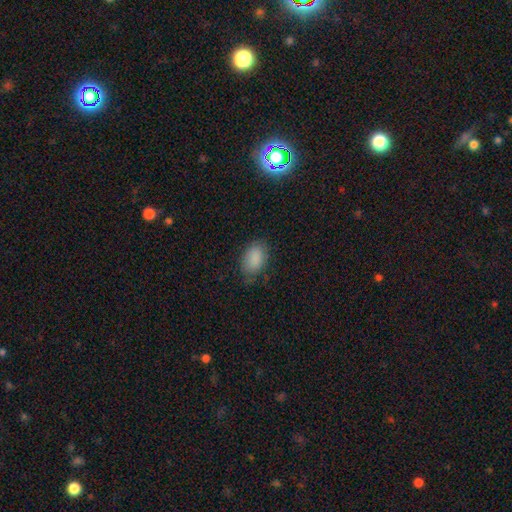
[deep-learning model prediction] Smooth or featured: smooth — 82% (star or artifact — 12%)
How rounded: in between — 87% (round — 12%)
Merging: none — 72% (minor disturbance — 21%)